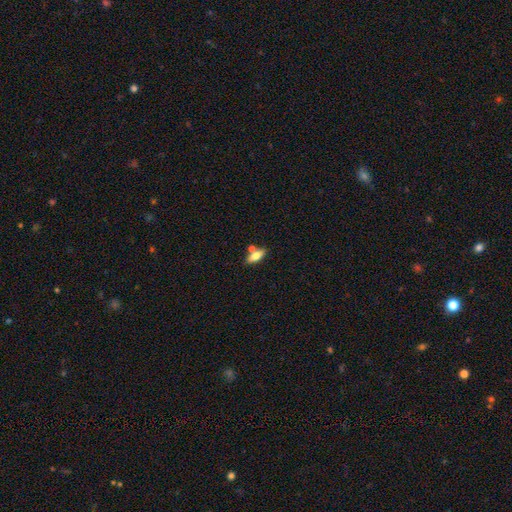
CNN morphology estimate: This is likely a smooth galaxy (67%). How rounded: likely in between (72%). Merging: likely none (65%).